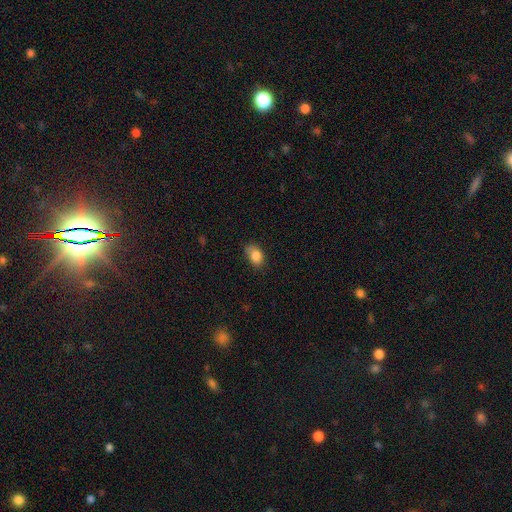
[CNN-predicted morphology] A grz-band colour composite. It shows a smooth galaxy with no disk features (85%) that is in between round and cigar-shaped (80%). Merging: none (65%).